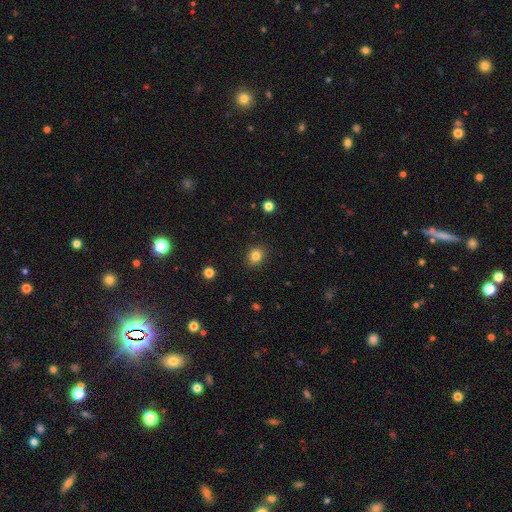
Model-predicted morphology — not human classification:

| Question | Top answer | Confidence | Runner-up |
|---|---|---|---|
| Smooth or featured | smooth | 83% | star or artifact (12%) |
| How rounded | round | 63% | in between (36%) |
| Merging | none | 89% | minor disturbance (7%) |